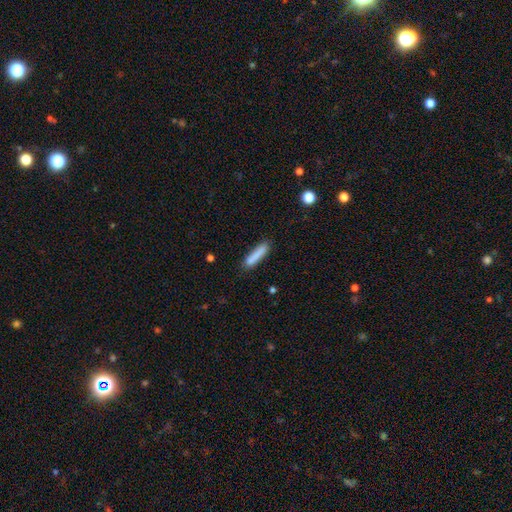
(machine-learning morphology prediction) The model was most divided on "merging": none: 81%, minor disturbance: 14%, major disturbance: 3%, merger: 3%. More confident: how rounded — cigar-shaped (88%); smooth or featured — smooth (83%).